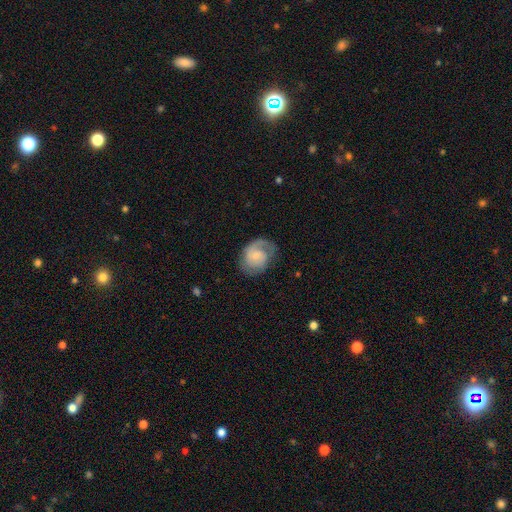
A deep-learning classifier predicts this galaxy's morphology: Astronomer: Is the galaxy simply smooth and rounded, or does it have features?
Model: featured or disk — 65%.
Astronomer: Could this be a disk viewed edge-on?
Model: no — 97%.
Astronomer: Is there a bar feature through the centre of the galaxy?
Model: no — 61%.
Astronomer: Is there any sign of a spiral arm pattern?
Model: yes — 91%.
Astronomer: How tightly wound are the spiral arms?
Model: tight — 41%, tied with medium at 41%.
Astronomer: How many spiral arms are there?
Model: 1 — 45% (runner-up: 2, 39%).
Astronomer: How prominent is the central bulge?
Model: small — 52%.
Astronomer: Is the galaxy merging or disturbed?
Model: none — 61%.